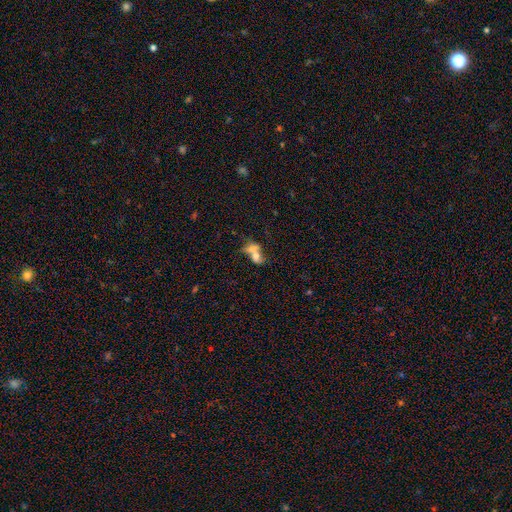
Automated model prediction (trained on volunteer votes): This is likely a smooth galaxy (63%). How rounded: likely in between (69%). Merging: likely merger (73%).